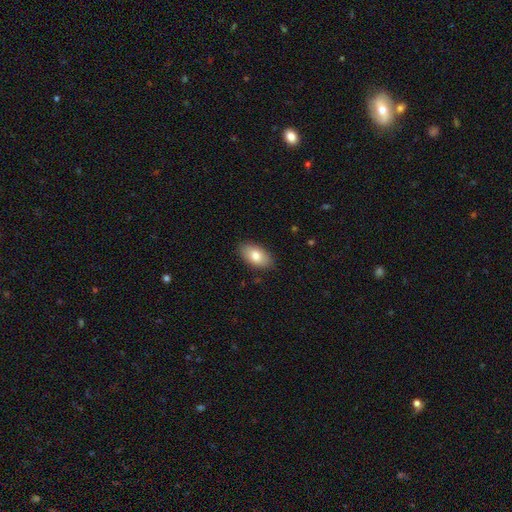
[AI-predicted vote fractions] Morphology: type=smooth (80%); roundness=in between (94%); merging=none (87%).